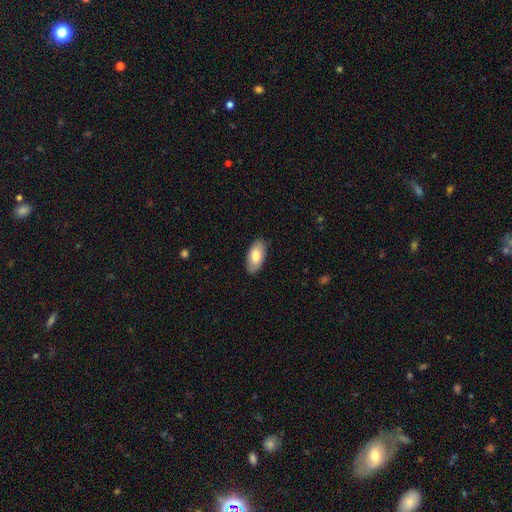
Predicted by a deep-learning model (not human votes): Smooth or featured: smooth — 81% (featured or disk — 14%)
How rounded: in between — 93% (cigar-shaped — 4%)
Merging: none — 88% (minor disturbance — 9%)